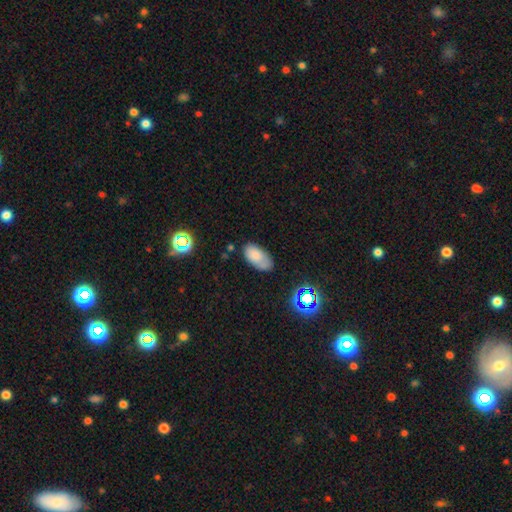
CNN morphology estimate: Overall: smooth (77%). How rounded: in between (94%). Merging: none (64%; minor disturbance 25%).